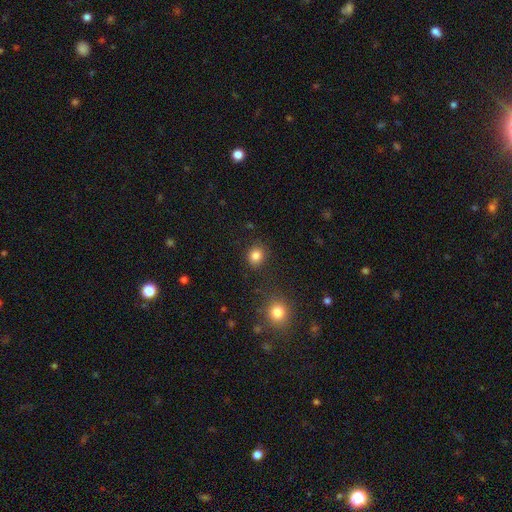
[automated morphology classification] This appears to be a smooth galaxy with no disk features (84%) that is round (79%). Merging: none (87%).